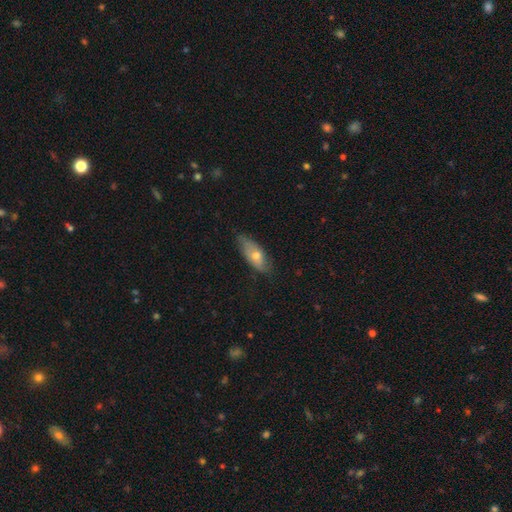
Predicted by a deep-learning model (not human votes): Q: Smooth or featured?
A: smooth (58%); runner-up: featured or disk (35%)
Q: How rounded?
A: in between (76%); runner-up: cigar-shaped (21%)
Q: Merging?
A: none (68%); runner-up: minor disturbance (26%)